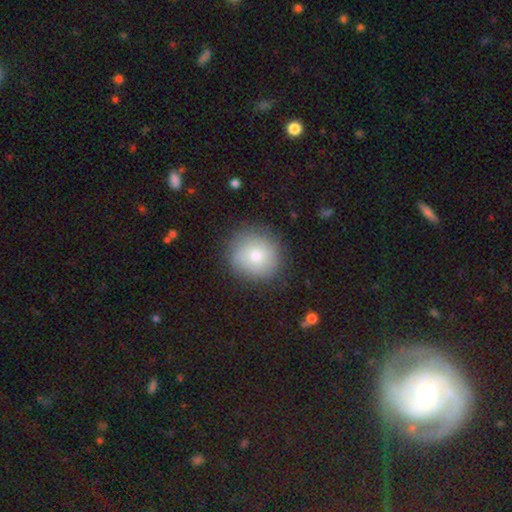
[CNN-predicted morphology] Smooth or featured? Predicted: smooth (p=0.73). How rounded? Predicted: round (p=0.90). Merging? Predicted: none (p=0.85).